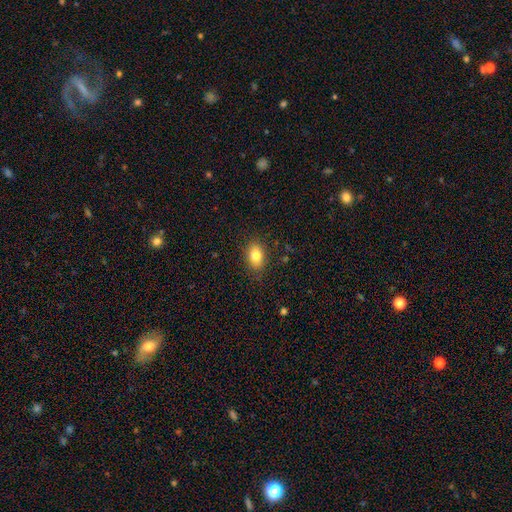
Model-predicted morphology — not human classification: A smooth galaxy with no disk features (82%) that is in between round and cigar-shaped (82%).

Vote fractions:
- Smooth or featured? smooth: 82% / star or artifact: 9% / featured or disk: 9%
- How rounded? in between: 82% / round: 16% / cigar-shaped: 2%
- Merging? none: 85% / minor disturbance: 11% / major disturbance: 3% / merger: 1%